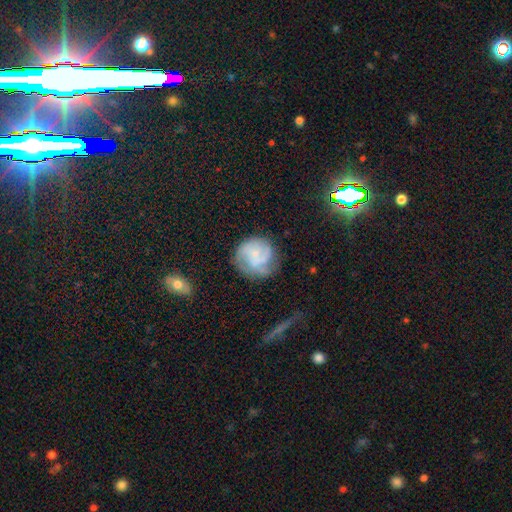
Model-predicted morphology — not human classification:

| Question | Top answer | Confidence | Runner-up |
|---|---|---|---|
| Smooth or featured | featured or disk | 61% | smooth (31%) |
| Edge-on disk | no | 98% | yes (2%) |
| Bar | no | 72% | weak (24%) |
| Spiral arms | yes | 84% | no (16%) |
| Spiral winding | tight | 42% | medium (39%) |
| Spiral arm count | can't tell | 31% | 3 (28%) |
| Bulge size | small | 68% | moderate (16%) |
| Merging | none | 59% | minor disturbance (24%) |